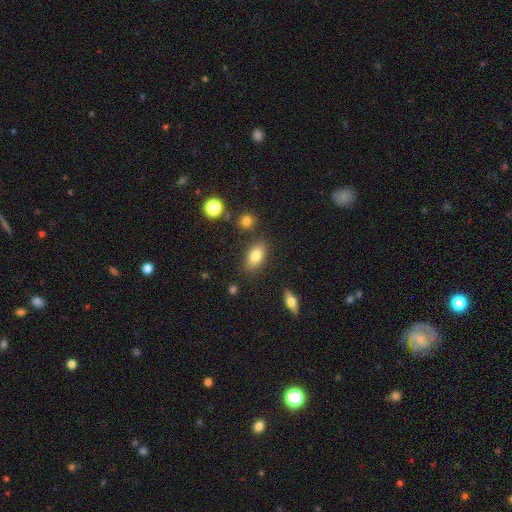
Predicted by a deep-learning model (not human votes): Overall: smooth (81%). How rounded: in between (88%). Merging: none (82%).